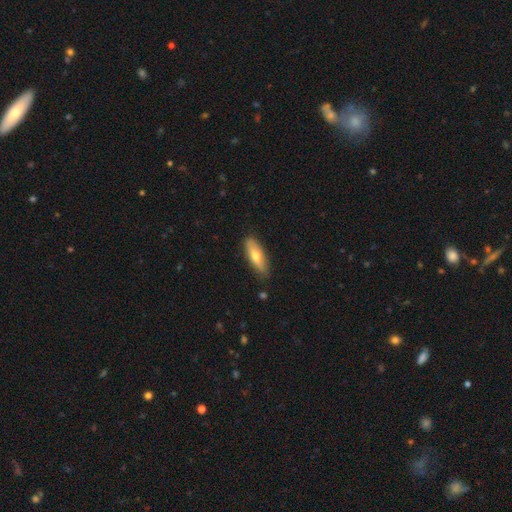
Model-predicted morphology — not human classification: This appears to be a smooth galaxy with no disk features (67%) that is in between round and cigar-shaped (55%). Merging: none (83%).